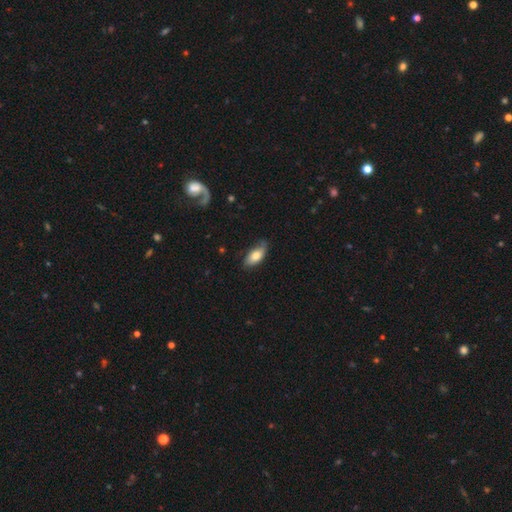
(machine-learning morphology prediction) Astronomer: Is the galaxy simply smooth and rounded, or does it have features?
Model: smooth — 74%.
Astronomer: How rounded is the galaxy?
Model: in between — 87%.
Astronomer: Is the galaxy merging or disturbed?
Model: none — 65%.